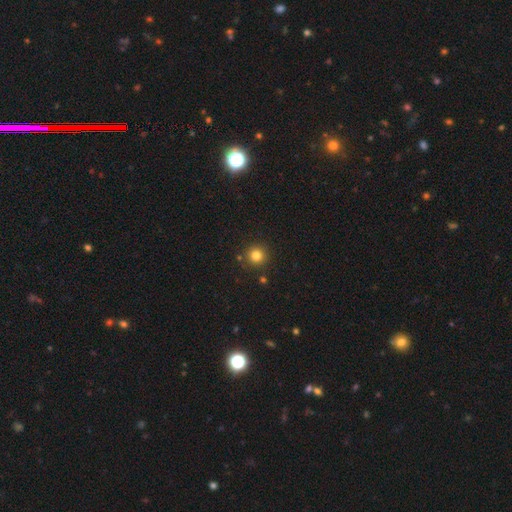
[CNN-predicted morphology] This is clearly a smooth galaxy (81%). How rounded: clearly round (95%). Merging: clearly none (87%).